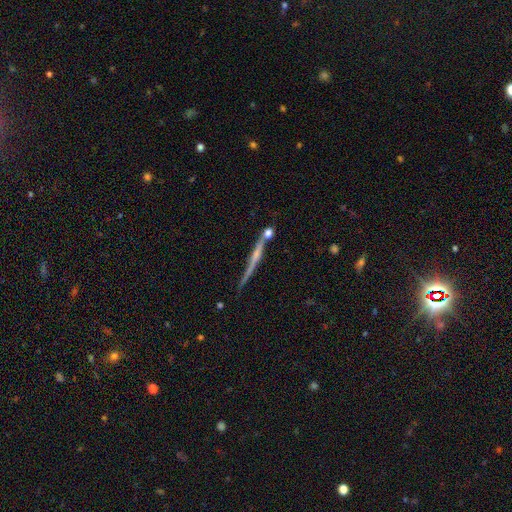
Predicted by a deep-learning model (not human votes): Smooth or featured: featured or disk — 70% (smooth — 22%)
Edge-on disk: yes — 96% (no — 4%)
Edge-on bulge: none — 46% (rounded — 41%)
Merging: none — 71% (minor disturbance — 14%)